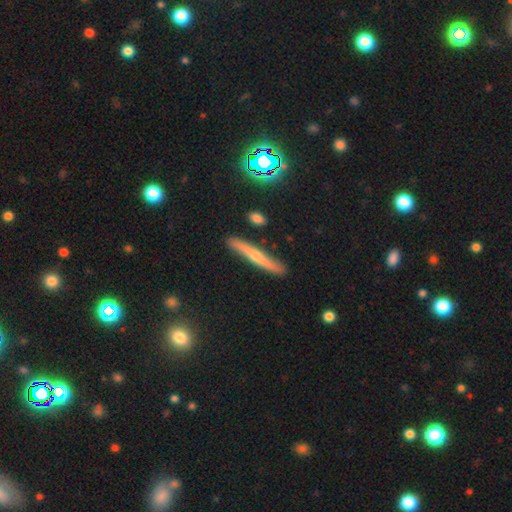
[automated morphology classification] Overall: featured or disk (49%; smooth 41%). Merging: none (86%).